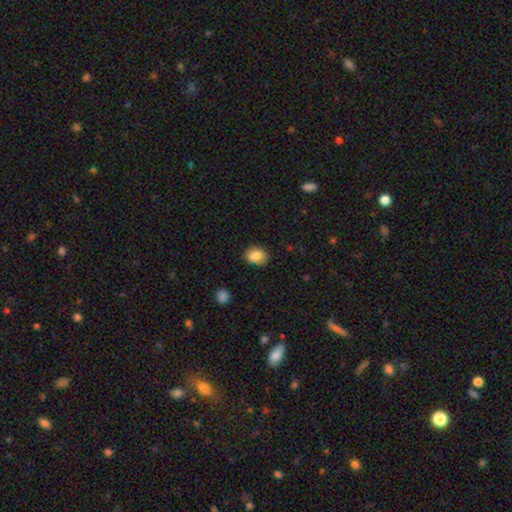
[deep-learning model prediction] The model was most divided on "how rounded": in between: 54%, round: 45%, cigar-shaped: 1%. More confident: smooth or featured — smooth (86%); merging — none (80%).